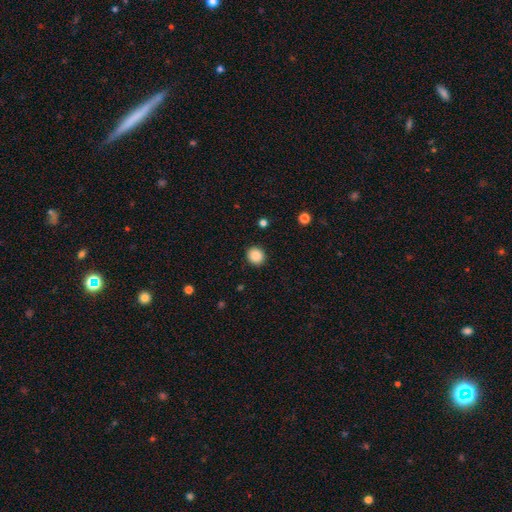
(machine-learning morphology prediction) A smooth galaxy with no disk features (88%) that is round (89%).

Vote fractions:
- Smooth or featured? smooth: 88% / star or artifact: 9% / featured or disk: 3%
- How rounded? round: 89% / in between: 10% / cigar-shaped: 1%
- Merging? none: 91% / minor disturbance: 6% / major disturbance: 2% / merger: 1%